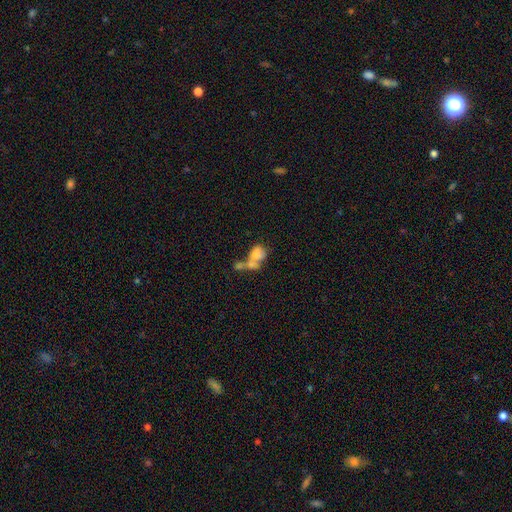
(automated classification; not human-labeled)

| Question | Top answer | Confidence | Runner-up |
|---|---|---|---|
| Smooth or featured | smooth | 65% | featured or disk (25%) |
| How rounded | in between | 63% | round (35%) |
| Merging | merger | 62% | none (17%) |